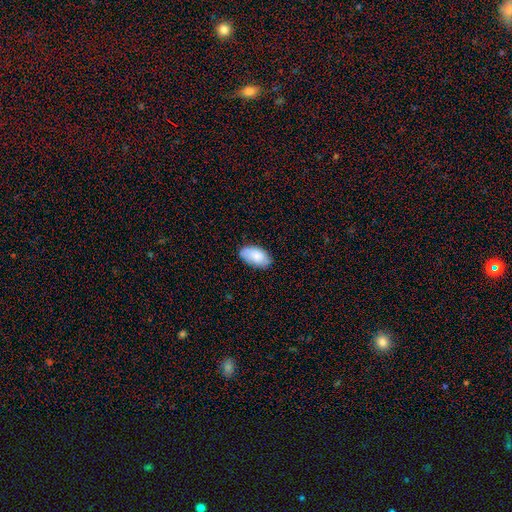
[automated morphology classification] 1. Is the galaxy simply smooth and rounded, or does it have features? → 84% smooth, 10% featured or disk, 6% star or artifact.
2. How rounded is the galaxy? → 95% in between, 4% round, 2% cigar-shaped.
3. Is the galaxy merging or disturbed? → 78% none, 18% minor disturbance, 3% major disturbance, 1% merger.